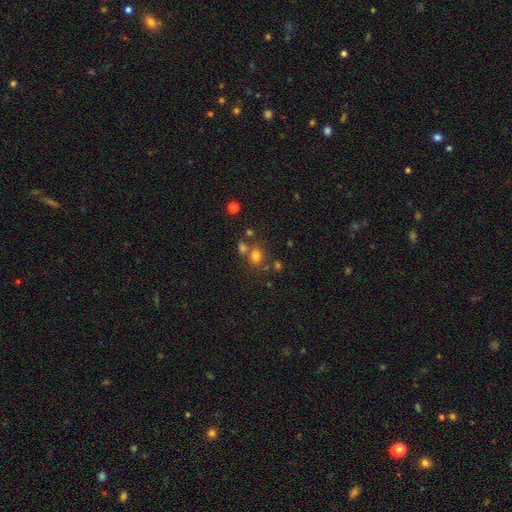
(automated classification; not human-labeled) smooth-or-featured: smooth: 73% | star or artifact: 18% | featured or disk: 9%
  how-rounded: round: 75% | in between: 24% | cigar-shaped: 1%
  merging: none: 61% | merger: 23% | minor disturbance: 11% | major disturbance: 5%